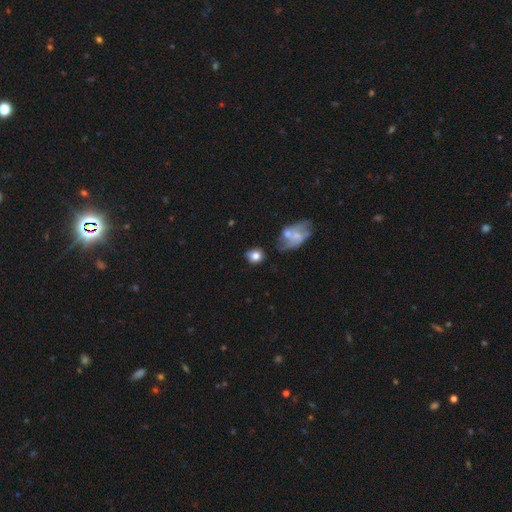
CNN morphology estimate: type=smooth (77%); roundness=round (71%); merging=none (69%).